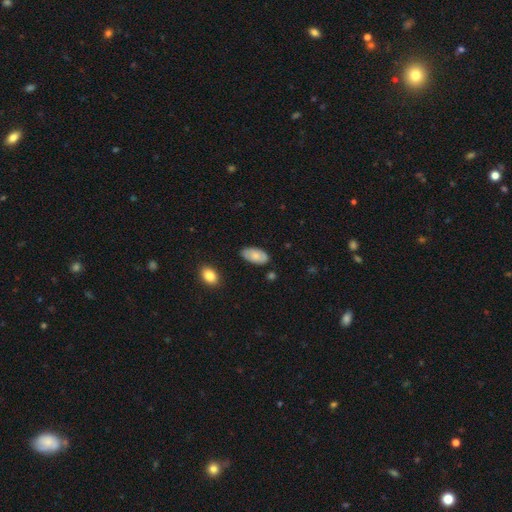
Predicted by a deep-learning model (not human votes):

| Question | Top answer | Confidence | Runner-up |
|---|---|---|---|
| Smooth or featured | smooth | 76% | featured or disk (18%) |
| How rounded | in between | 95% | cigar-shaped (3%) |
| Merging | none | 81% | minor disturbance (15%) |